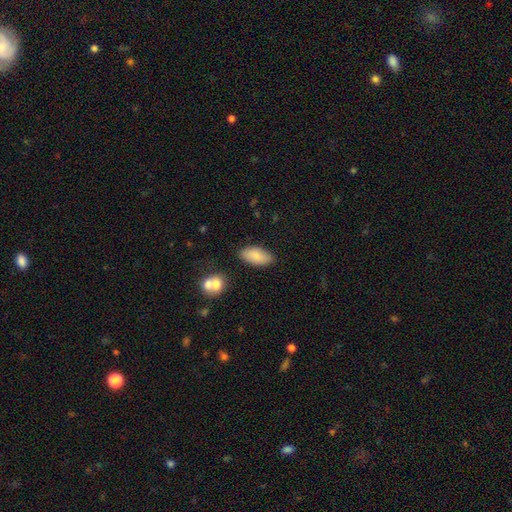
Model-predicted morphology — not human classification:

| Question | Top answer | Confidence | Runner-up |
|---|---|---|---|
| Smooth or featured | smooth | 82% | featured or disk (11%) |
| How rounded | in between | 91% | cigar-shaped (6%) |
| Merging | none | 82% | minor disturbance (13%) |